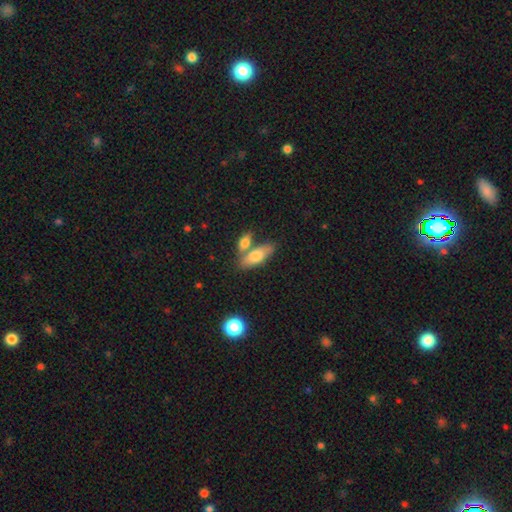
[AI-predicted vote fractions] Smooth or featured?
  - smooth: 73% *
  - featured or disk: 20%
  - star or artifact: 6%
How rounded?
  - in between: 74% *
  - cigar-shaped: 22%
  - round: 4%
Merging?
  - none: 52% *
  - merger: 33%
  - minor disturbance: 11%
  - major disturbance: 4%